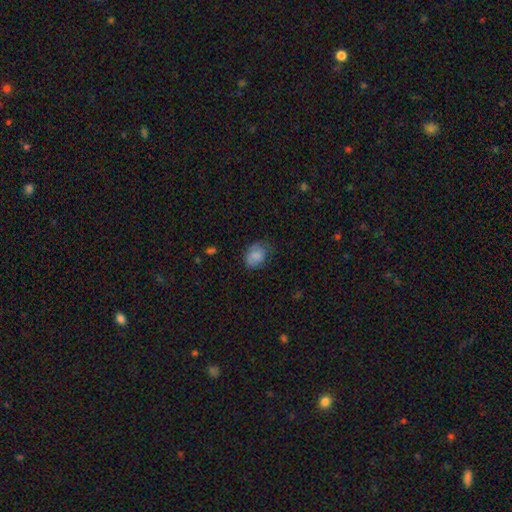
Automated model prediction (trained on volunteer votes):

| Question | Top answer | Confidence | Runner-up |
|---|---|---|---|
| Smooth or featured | smooth | 81% | featured or disk (11%) |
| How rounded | in between | 63% | round (36%) |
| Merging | none | 61% | minor disturbance (28%) |